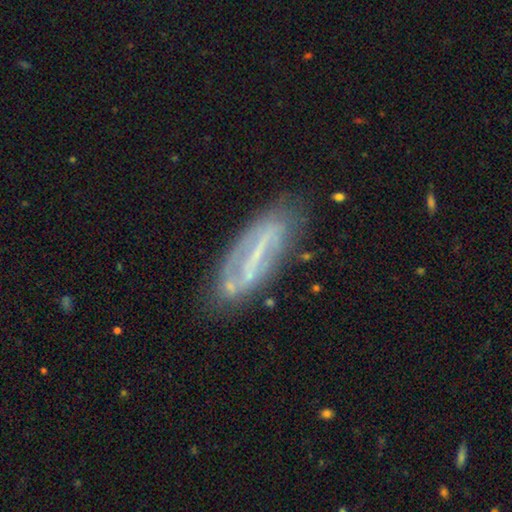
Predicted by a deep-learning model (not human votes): Smooth or featured? featured or disk (70%)
Edge-on disk? no (76%)
Bar? strong (67%)
Spiral arms? no (51%)
Bulge size? none (48%)
Merging? none (69%)